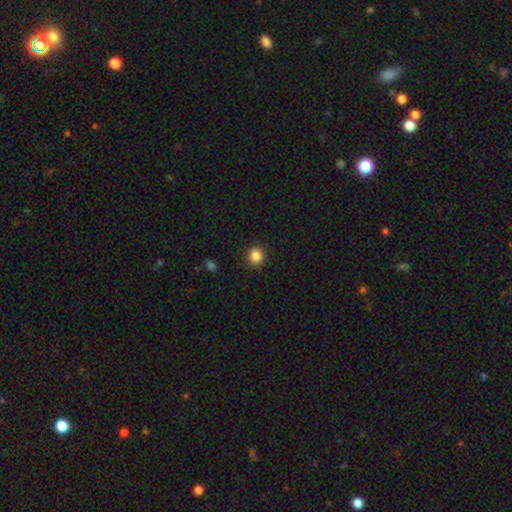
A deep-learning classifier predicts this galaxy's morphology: A smooth galaxy with no disk features (86%) that is round (89%).

Vote fractions:
- Smooth or featured? smooth: 86% / star or artifact: 11% / featured or disk: 3%
- How rounded? round: 89% / in between: 10% / cigar-shaped: 1%
- Merging? none: 91% / minor disturbance: 6% / major disturbance: 2% / merger: 1%